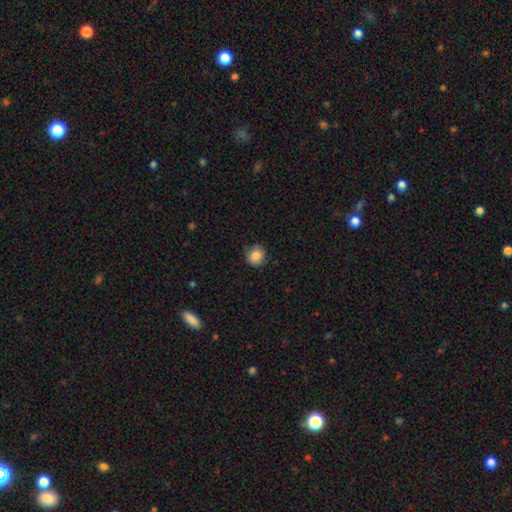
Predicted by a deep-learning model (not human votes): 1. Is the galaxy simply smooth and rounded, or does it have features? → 85% smooth, 9% star or artifact, 6% featured or disk.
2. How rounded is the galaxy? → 89% round, 11% in between, 1% cigar-shaped.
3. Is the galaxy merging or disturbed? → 83% none, 14% minor disturbance, 3% major disturbance, 1% merger.